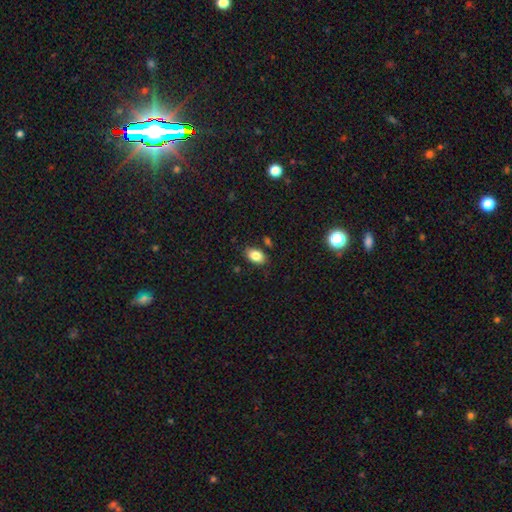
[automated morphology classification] Overall: smooth (84%). How rounded: in between (87%). Merging: none (83%).